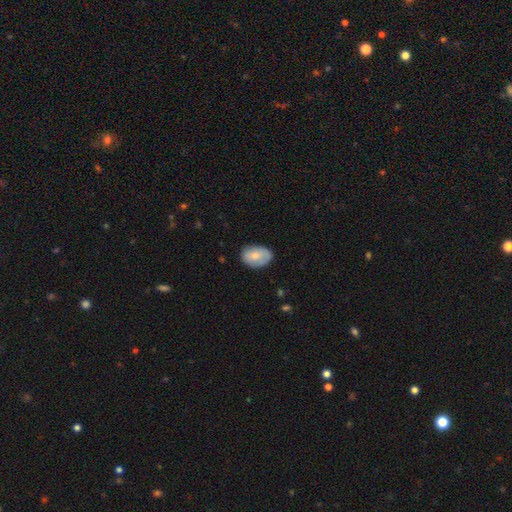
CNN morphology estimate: Smooth or featured: smooth — 74% (featured or disk — 19%)
How rounded: in between — 82% (round — 17%)
Merging: none — 73% (minor disturbance — 21%)